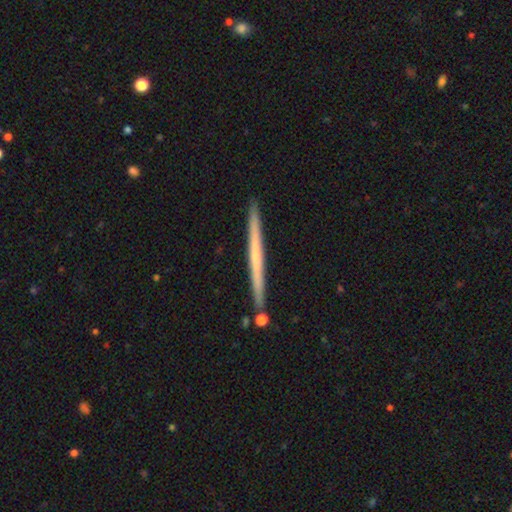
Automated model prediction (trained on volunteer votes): Morphology: type=featured or disk (52%); edge-on=yes (97%); edge-on bulge=none (85%); merging=none (89%).